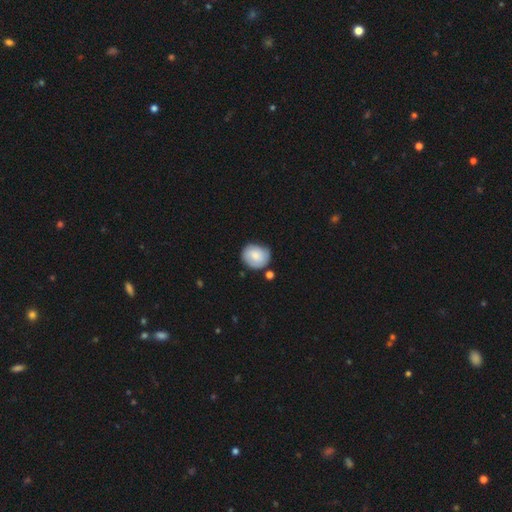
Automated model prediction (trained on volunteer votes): smooth 74%, featured or disk 19%, star or artifact 7%. Down the decision tree: how rounded — round (71%); merging — none (69%).